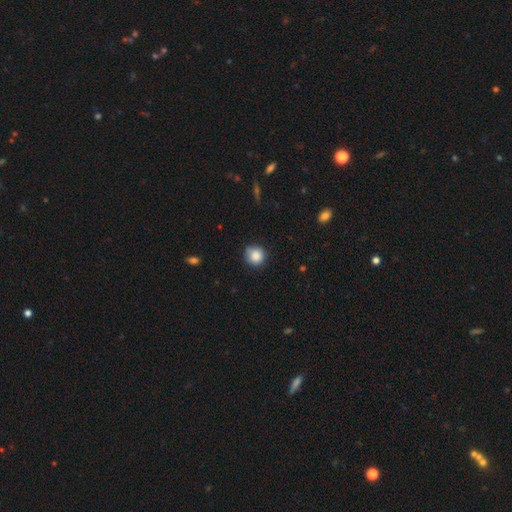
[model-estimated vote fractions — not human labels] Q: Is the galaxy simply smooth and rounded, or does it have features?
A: smooth — 87%.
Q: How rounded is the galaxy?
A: round — 92%.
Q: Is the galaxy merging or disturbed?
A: none — 80%.